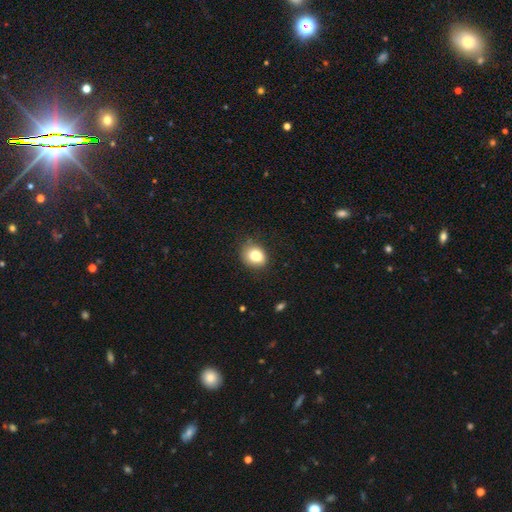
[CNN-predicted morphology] This is clearly a smooth galaxy (82%). How rounded: possibly round (56%). Merging: likely none (77%).